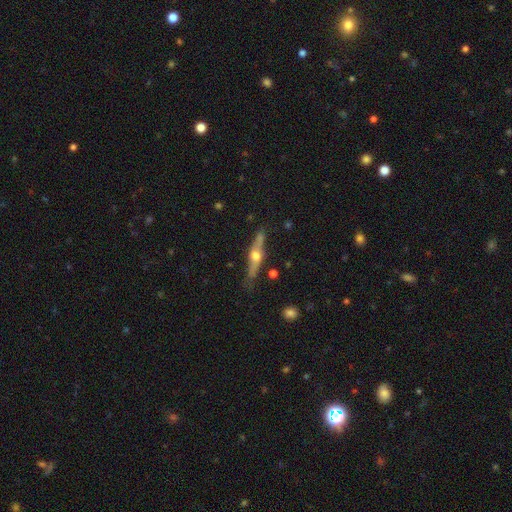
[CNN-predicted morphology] This is likely a featured or disk galaxy (71%). It is clearly viewed edge-on (94%). Edge-on bulge: clearly rounded (95%). Merging: likely none (78%).